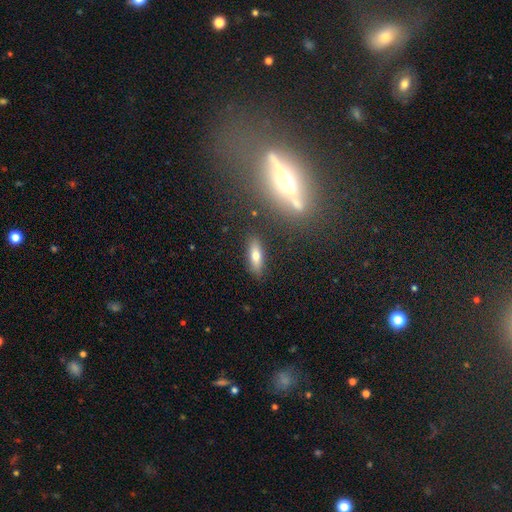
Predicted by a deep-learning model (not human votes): A smooth galaxy with no disk features (69%) that is in between round and cigar-shaped (58%).

Vote fractions:
- Smooth or featured? smooth: 69% / featured or disk: 22% / star or artifact: 10%
- How rounded? in between: 58% / cigar-shaped: 39% / round: 3%
- Merging? none: 85% / minor disturbance: 10% / merger: 3% / major disturbance: 3%